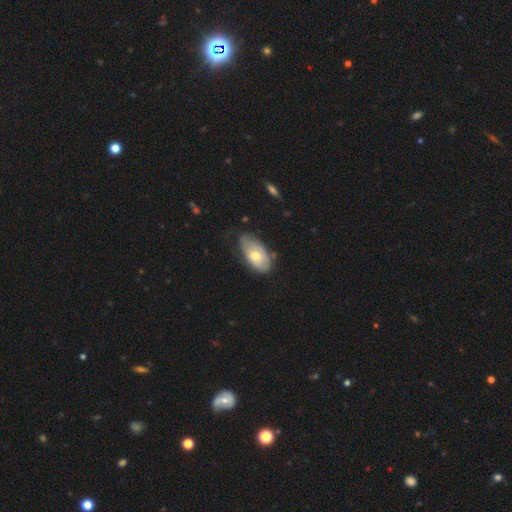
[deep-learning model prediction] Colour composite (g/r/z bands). It shows a smooth galaxy with no disk features (55%) that is in between round and cigar-shaped (93%). Merging: none (52%).